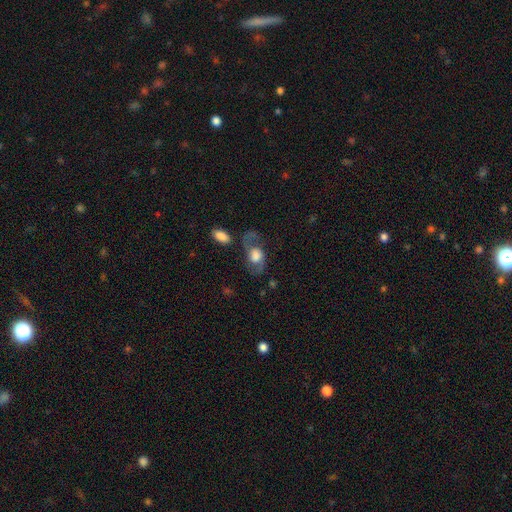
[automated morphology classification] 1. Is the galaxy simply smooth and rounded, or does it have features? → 58% featured or disk, 34% smooth, 8% star or artifact.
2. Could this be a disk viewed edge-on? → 91% no, 9% yes.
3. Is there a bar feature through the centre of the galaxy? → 71% no, 24% weak, 5% strong.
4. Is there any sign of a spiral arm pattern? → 76% yes, 24% no.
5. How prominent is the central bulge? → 59% large, 18% moderate, 14% dominant, 5% small, 4% none.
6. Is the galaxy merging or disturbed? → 55% none, 20% minor disturbance, 19% major disturbance, 6% merger.